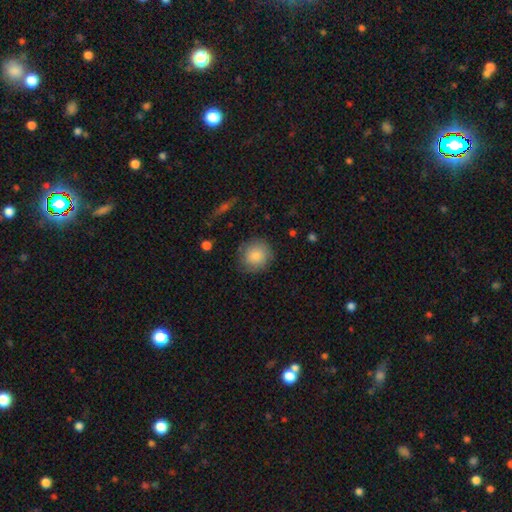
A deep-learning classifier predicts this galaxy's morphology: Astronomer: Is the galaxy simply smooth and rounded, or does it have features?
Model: smooth — 83%.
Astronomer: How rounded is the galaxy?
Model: round — 91%.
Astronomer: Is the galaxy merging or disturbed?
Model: none — 81%.